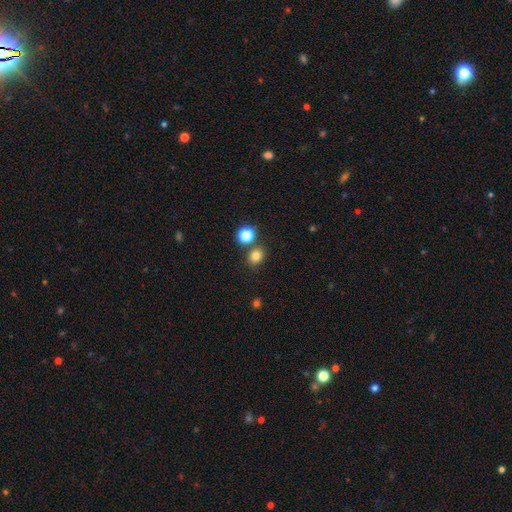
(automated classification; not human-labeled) Smooth or featured? Predicted: smooth (p=0.79). How rounded? Predicted: round (p=0.72). Merging? Predicted: none (p=0.76).